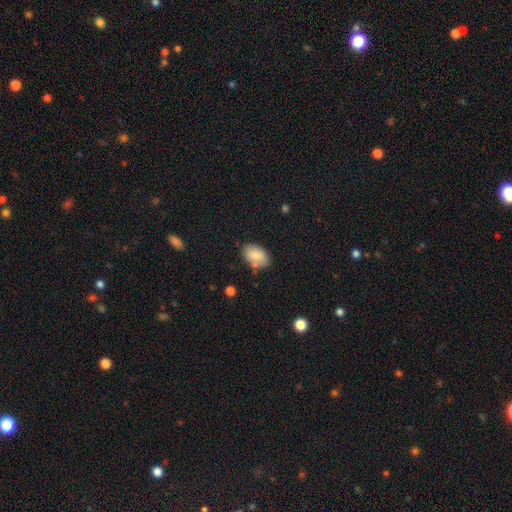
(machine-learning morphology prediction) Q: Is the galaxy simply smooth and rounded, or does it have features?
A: smooth — 83%.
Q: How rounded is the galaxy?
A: in between — 92%.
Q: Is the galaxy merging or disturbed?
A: none — 73%.